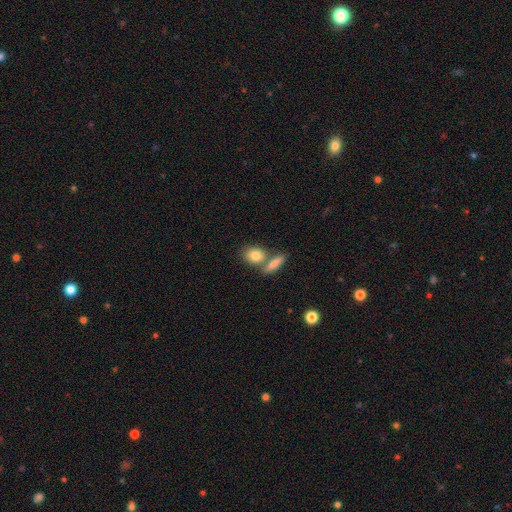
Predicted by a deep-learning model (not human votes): Smooth or featured? Predicted: smooth (p=0.82). How rounded? Predicted: in between (p=0.63). Merging? Predicted: none (p=0.50).